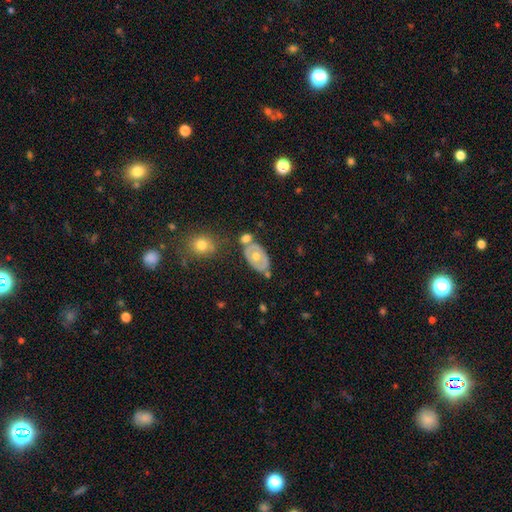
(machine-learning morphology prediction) Q: Smooth or featured?
A: featured or disk (57%); runner-up: smooth (36%)
Q: Edge-on disk?
A: no (91%); runner-up: yes (9%)
Q: Bar?
A: no (92%); runner-up: weak (6%)
Q: Spiral arms?
A: no (81%); runner-up: yes (19%)
Q: Bulge size?
A: moderate (75%); runner-up: small (19%)
Q: Merging?
A: none (63%); runner-up: minor disturbance (18%)